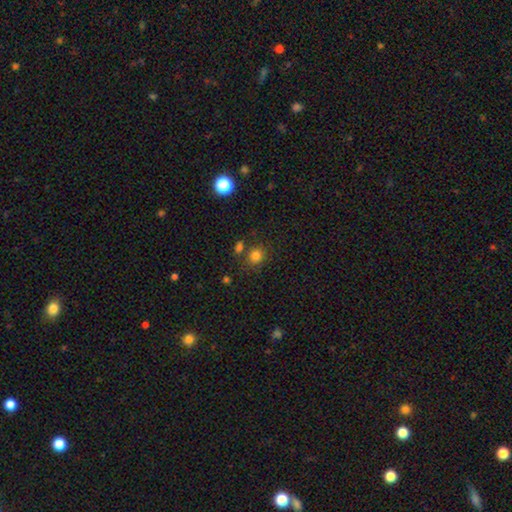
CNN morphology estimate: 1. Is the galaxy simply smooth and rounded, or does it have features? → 80% smooth, 14% star or artifact, 6% featured or disk.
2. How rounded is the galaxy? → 77% round, 22% in between, 1% cigar-shaped.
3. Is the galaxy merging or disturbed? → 68% none, 14% merger, 13% minor disturbance, 5% major disturbance.